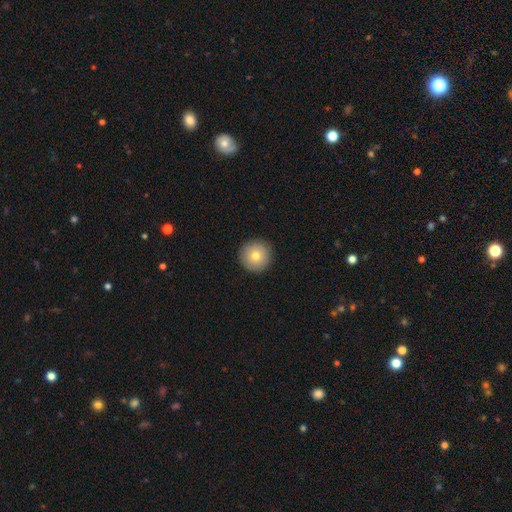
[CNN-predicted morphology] A smooth galaxy with no disk features (78%) that is round (96%).

Vote fractions:
- Smooth or featured? smooth: 78% / featured or disk: 13% / star or artifact: 9%
- How rounded? round: 96% / in between: 3% / cigar-shaped: 1%
- Merging? none: 93% / minor disturbance: 5% / major disturbance: 2% / merger: 1%